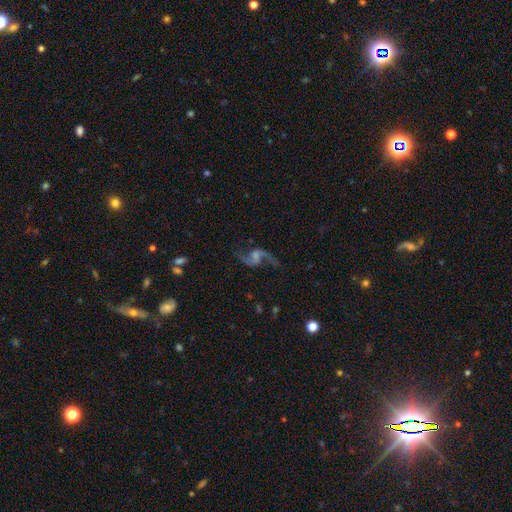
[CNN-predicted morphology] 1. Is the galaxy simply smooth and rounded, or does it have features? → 87% featured or disk, 8% star or artifact, 5% smooth.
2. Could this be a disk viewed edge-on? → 97% no, 3% yes.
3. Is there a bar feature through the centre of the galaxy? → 44% no, 42% weak, 14% strong.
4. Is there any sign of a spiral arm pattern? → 96% yes, 4% no.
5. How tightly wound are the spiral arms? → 85% loose, 12% medium, 3% tight.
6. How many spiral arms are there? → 93% 2, 2% 1, 1% can't tell, 1% 3, 1% 4, 1% more than 4.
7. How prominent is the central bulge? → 39% none, 33% small, 22% moderate, 5% large, 2% dominant.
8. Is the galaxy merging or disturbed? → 75% none, 13% minor disturbance, 9% major disturbance, 3% merger.